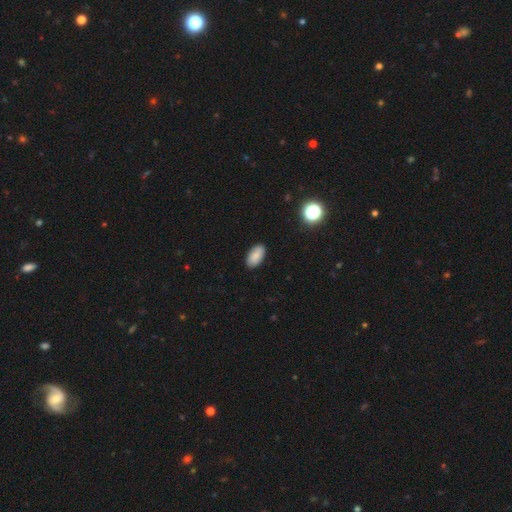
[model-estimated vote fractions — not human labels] Morphology: type=smooth (85%); roundness=in between (94%); merging=none (88%).